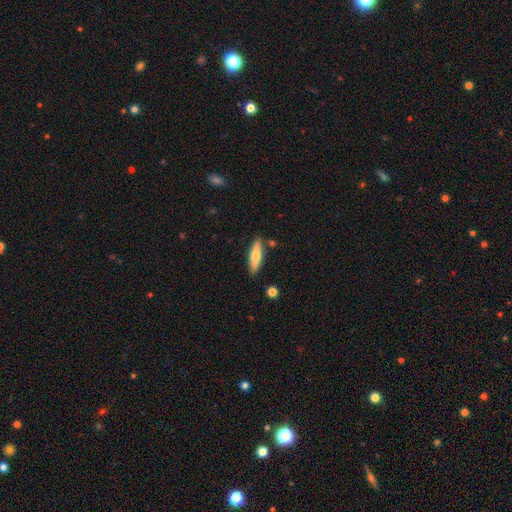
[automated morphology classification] A smooth galaxy with no disk features (69%) that is cigar-shaped (64%).

Vote fractions:
- Smooth or featured? smooth: 69% / featured or disk: 25% / star or artifact: 6%
- How rounded? cigar-shaped: 64% / in between: 34% / round: 2%
- Merging? none: 83% / minor disturbance: 11% / merger: 4% / major disturbance: 2%